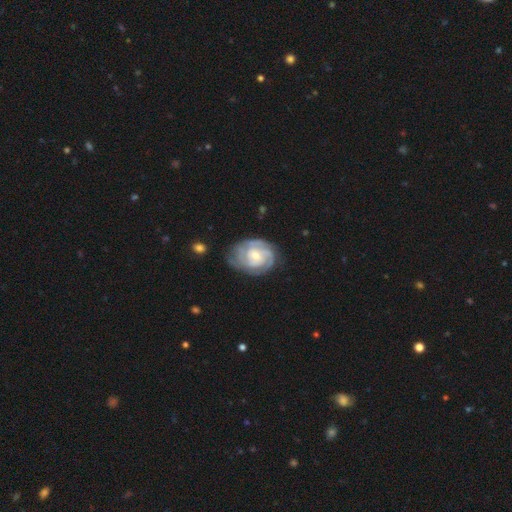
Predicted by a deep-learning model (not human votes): Overall: featured or disk (86%). Edge-on disk: no (98%). Bar: no (64%; weak 30%). Spiral arms: yes (96%). Spiral arm count: 3 (32%; 2 25%). Spiral winding: tight (70%). Bulge size: small (51%; moderate 44%). Merging: none (70%).